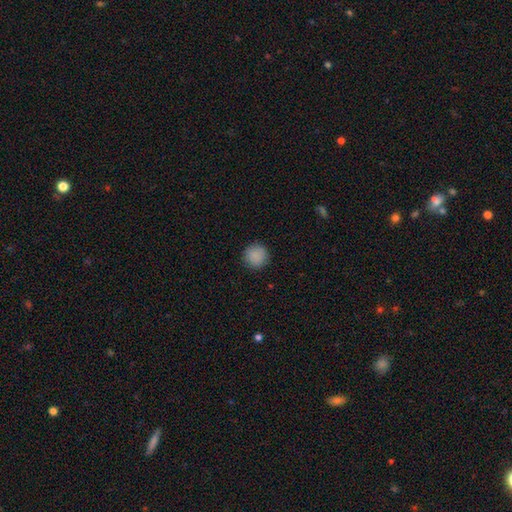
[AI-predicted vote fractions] This is clearly a smooth galaxy (88%). How rounded: clearly round (94%). Merging: clearly none (90%).